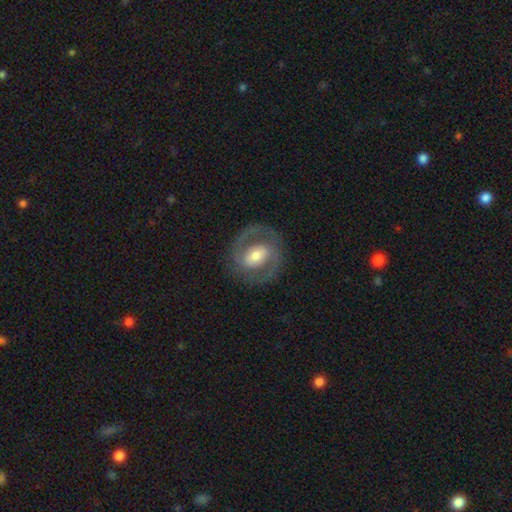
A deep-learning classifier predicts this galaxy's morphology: A featured or disk galaxy (74%) with a weak bar (39%), 2 (85%) medium (47%) spiral arms (78%) and a moderate central bulge (58%). Merging: none (81%).